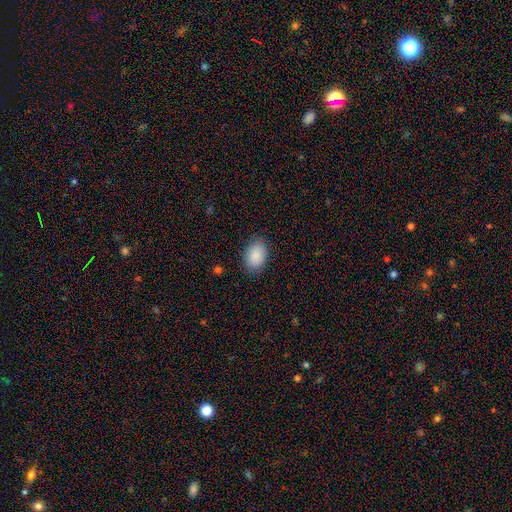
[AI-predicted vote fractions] The model was most divided on "how rounded": in between: 83%, round: 16%, cigar-shaped: 1%. More confident: smooth or featured — smooth (89%); merging — none (84%).